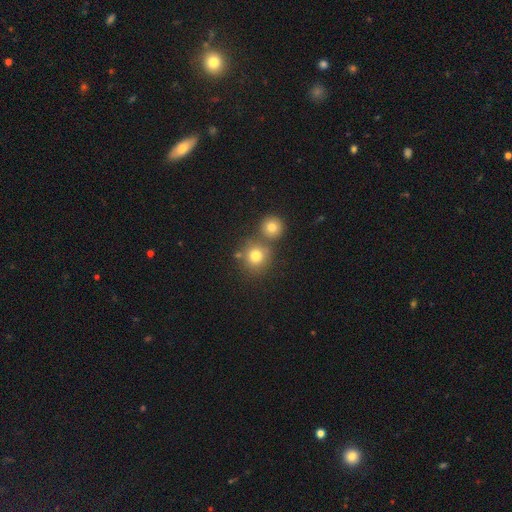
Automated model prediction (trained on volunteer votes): Overall: smooth (76%). How rounded: round (89%). Merging: none (62%; merger 26%).